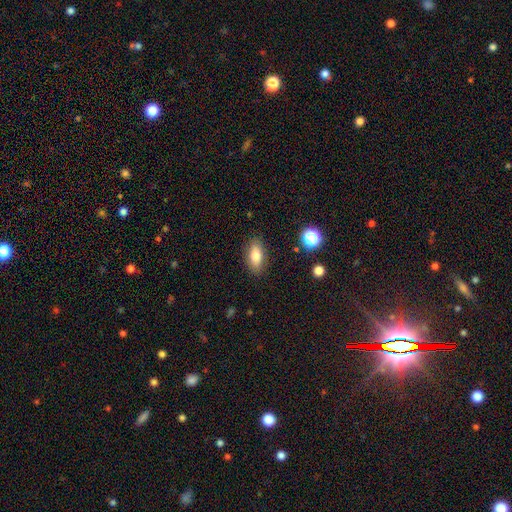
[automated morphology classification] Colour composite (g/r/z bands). It shows a smooth galaxy with no disk features (77%) that is in between round and cigar-shaped (83%). Merging: none (87%).